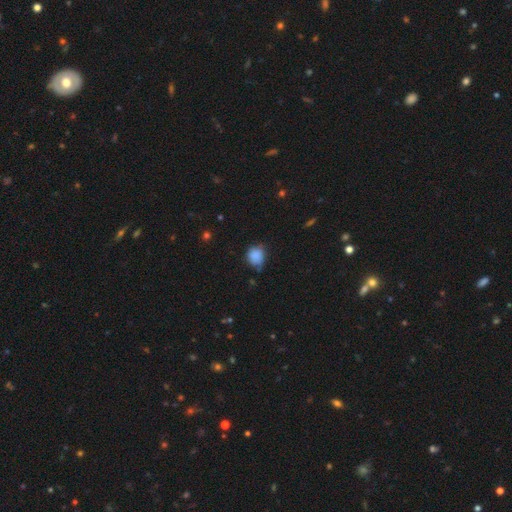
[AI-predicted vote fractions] Overall: smooth (84%). How rounded: round (74%). Merging: none (53%; minor disturbance 36%).